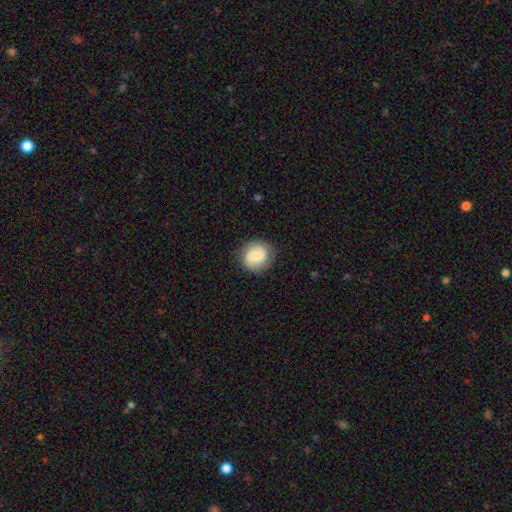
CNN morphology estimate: Q: Smooth or featured?
A: smooth (69%); runner-up: featured or disk (23%)
Q: How rounded?
A: round (84%); runner-up: in between (15%)
Q: Merging?
A: none (84%); runner-up: minor disturbance (12%)